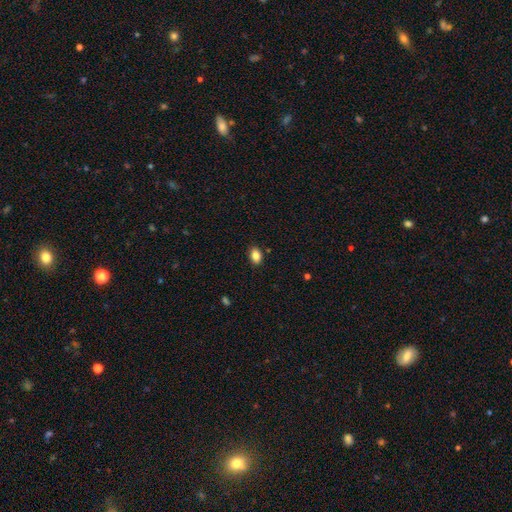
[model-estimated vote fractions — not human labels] Overall: smooth (86%). How rounded: in between (83%). Merging: none (88%).